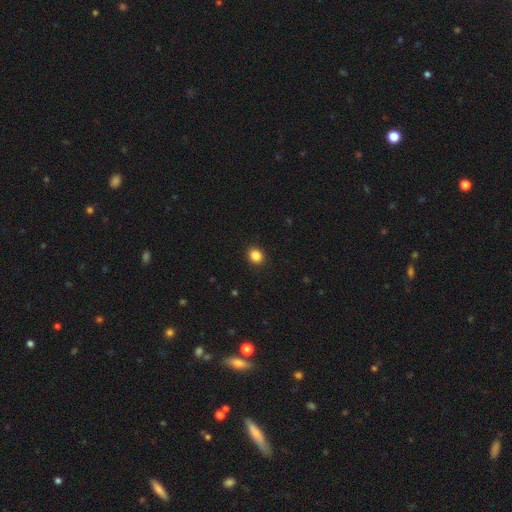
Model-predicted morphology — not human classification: smooth-or-featured: smooth: 86% | star or artifact: 11% | featured or disk: 3%
  how-rounded: round: 75% | in between: 24% | cigar-shaped: 1%
  merging: none: 92% | minor disturbance: 6% | major disturbance: 2% | merger: 1%